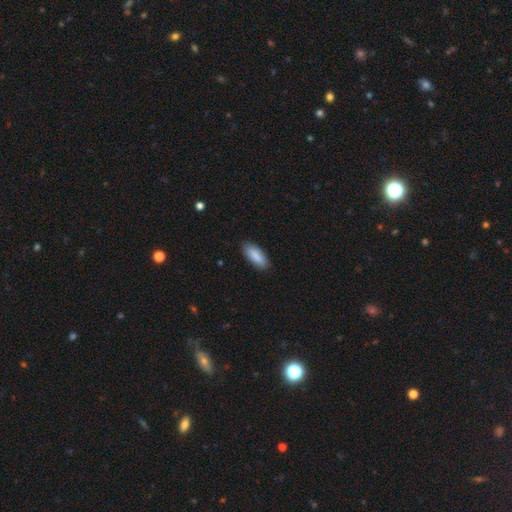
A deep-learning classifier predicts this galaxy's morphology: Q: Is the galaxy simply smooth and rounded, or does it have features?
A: smooth — 87%.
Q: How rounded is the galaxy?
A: in between — 77%.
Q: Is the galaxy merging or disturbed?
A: none — 86%.